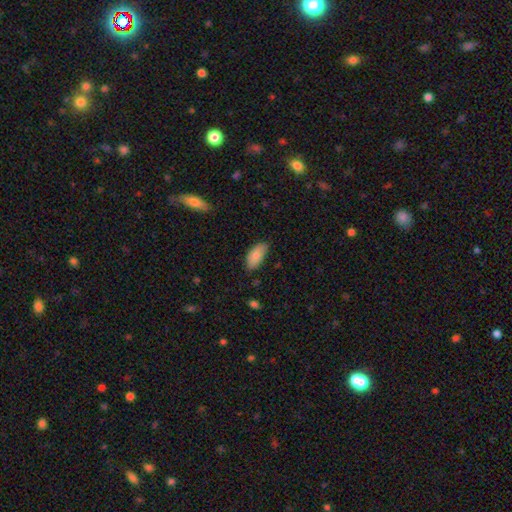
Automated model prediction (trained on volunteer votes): Smooth or featured?
  - smooth: 84% *
  - featured or disk: 9%
  - star or artifact: 6%
How rounded?
  - in between: 91% *
  - cigar-shaped: 6%
  - round: 2%
Merging?
  - none: 74% *
  - minor disturbance: 22%
  - major disturbance: 3%
  - merger: 1%